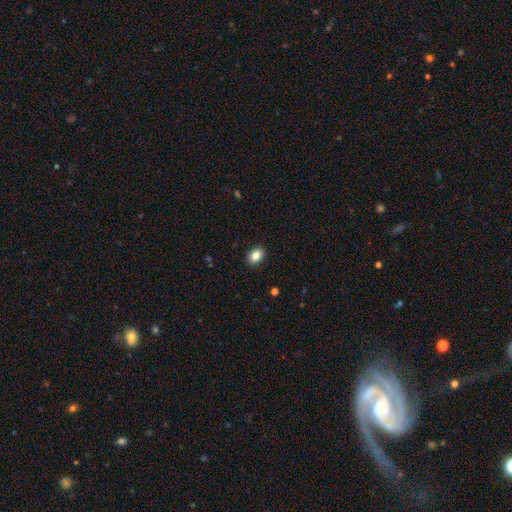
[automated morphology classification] A smooth galaxy with no disk features (84%) that is in between round and cigar-shaped (77%).

Vote fractions:
- Smooth or featured? smooth: 84% / star or artifact: 9% / featured or disk: 7%
- How rounded? in between: 77% / round: 22% / cigar-shaped: 1%
- Merging? none: 90% / minor disturbance: 7% / major disturbance: 2% / merger: 1%